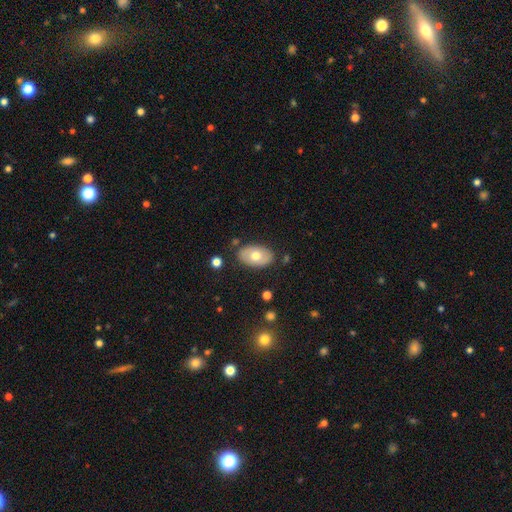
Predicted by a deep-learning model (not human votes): smooth_or_featured: smooth (p=0.65) [alt: featured or disk p=0.29]
how_rounded: in between (p=0.90) [alt: round p=0.09]
merging: none (p=0.82) [alt: minor disturbance p=0.12]